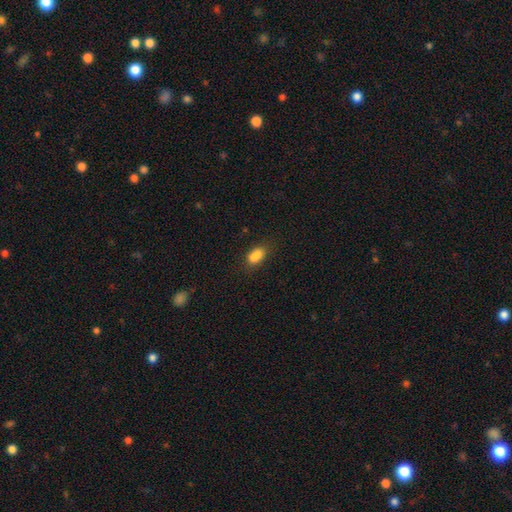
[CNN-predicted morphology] smooth-or-featured: smooth: 84% | star or artifact: 10% | featured or disk: 6%
  how-rounded: in between: 85% | round: 8% | cigar-shaped: 7%
  merging: none: 66% | minor disturbance: 20% | merger: 8% | major disturbance: 6%